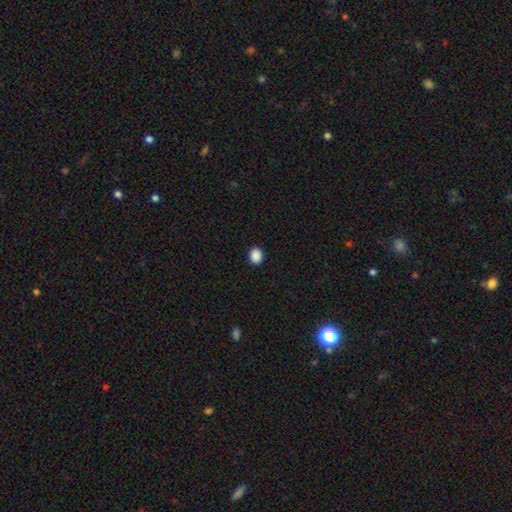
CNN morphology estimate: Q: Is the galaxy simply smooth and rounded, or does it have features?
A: smooth — 89%.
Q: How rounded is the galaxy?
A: in between — 54%.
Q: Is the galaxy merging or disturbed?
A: none — 91%.